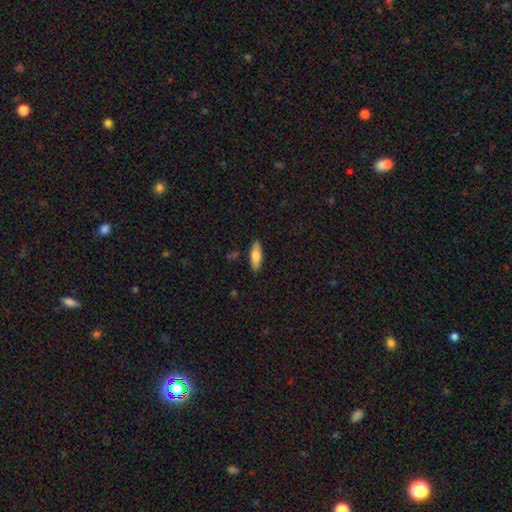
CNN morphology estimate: Smooth or featured?
  - smooth: 73% *
  - featured or disk: 21%
  - star or artifact: 6%
How rounded?
  - in between: 62% *
  - cigar-shaped: 36%
  - round: 2%
Merging?
  - none: 88% *
  - minor disturbance: 9%
  - major disturbance: 2%
  - merger: 1%